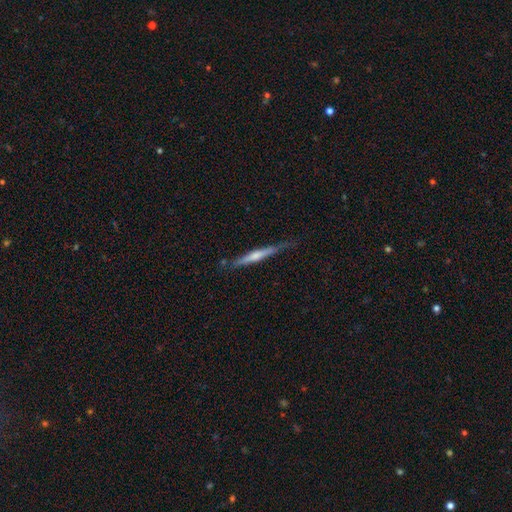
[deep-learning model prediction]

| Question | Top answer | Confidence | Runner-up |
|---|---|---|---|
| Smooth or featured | featured or disk | 50% | smooth (44%) |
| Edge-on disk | yes | 96% | no (4%) |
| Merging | none | 71% | minor disturbance (22%) |